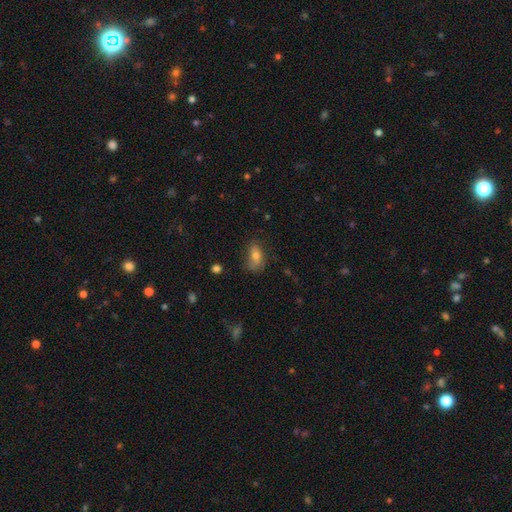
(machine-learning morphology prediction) smooth_or_featured: smooth (p=0.69) [alt: featured or disk p=0.21]
how_rounded: in between (p=0.85) [alt: round p=0.09]
merging: none (p=0.56) [alt: minor disturbance p=0.30]